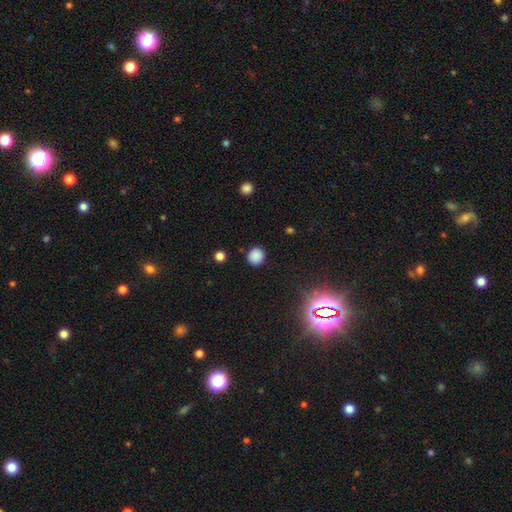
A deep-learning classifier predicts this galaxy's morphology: Smooth or featured? Predicted: smooth (p=0.83). How rounded? Predicted: round (p=0.89). Merging? Predicted: none (p=0.88).